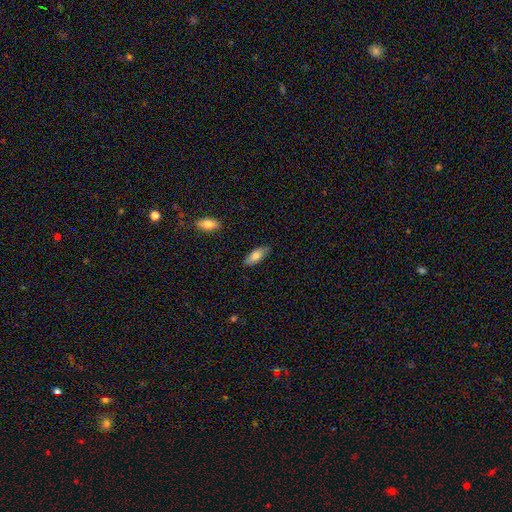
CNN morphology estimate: smooth-or-featured: smooth: 76% | featured or disk: 18% | star or artifact: 6%
  how-rounded: in between: 78% | cigar-shaped: 20% | round: 2%
  merging: none: 84% | minor disturbance: 12% | major disturbance: 2% | merger: 1%